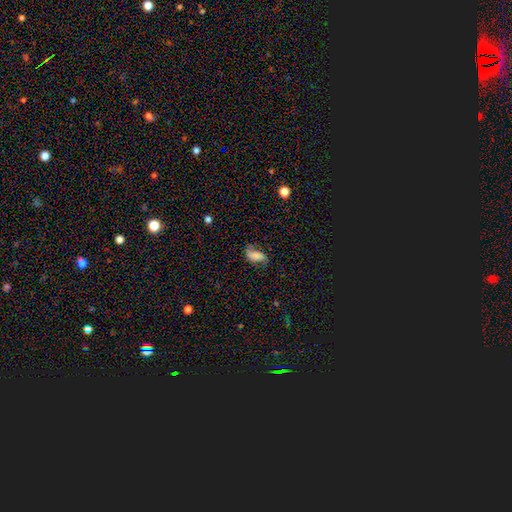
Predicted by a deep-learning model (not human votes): This appears to be a smooth galaxy with no disk features (60%) that is in between round and cigar-shaped (88%). Merging: none (50%).